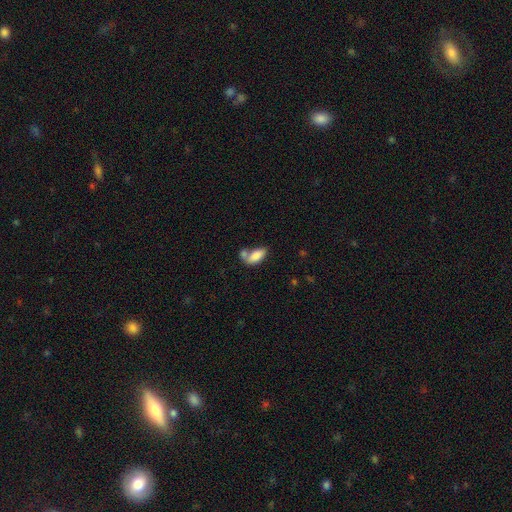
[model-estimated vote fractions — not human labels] Smooth or featured? smooth (81%)
How rounded? in between (88%)
Merging? merger (41%)